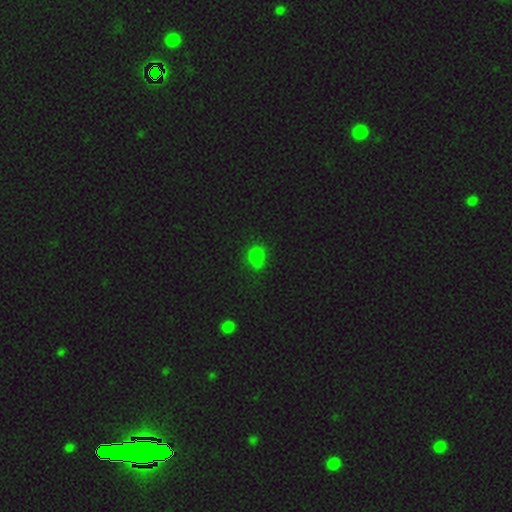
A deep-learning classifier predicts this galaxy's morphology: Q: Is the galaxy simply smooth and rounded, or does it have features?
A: smooth — 75%.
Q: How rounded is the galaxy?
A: round — 62%.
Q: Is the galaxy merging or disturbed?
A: none — 60%.